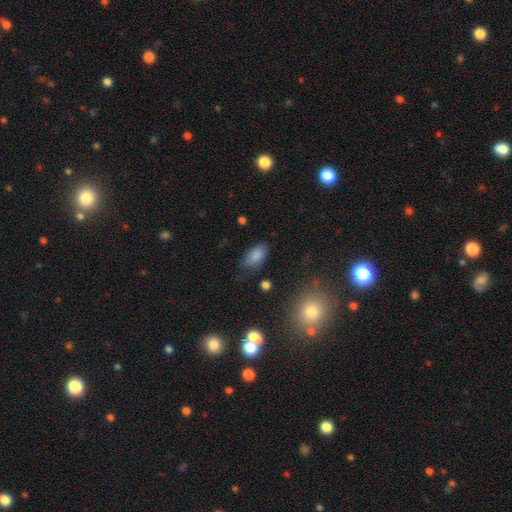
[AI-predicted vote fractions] Smooth or featured: smooth — 83% (star or artifact — 10%)
How rounded: in between — 93% (round — 4%)
Merging: none — 68% (minor disturbance — 24%)